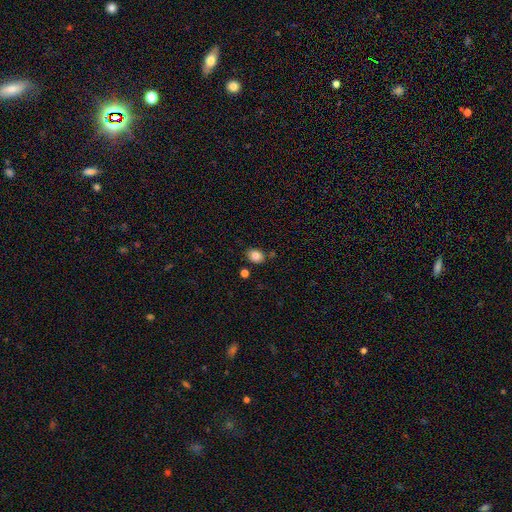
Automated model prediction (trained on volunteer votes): A smooth galaxy with no disk features (82%) that is in between round and cigar-shaped (65%).

Vote fractions:
- Smooth or featured? smooth: 82% / star or artifact: 10% / featured or disk: 8%
- How rounded? in between: 65% / round: 34% / cigar-shaped: 1%
- Merging? none: 80% / minor disturbance: 12% / merger: 6% / major disturbance: 3%